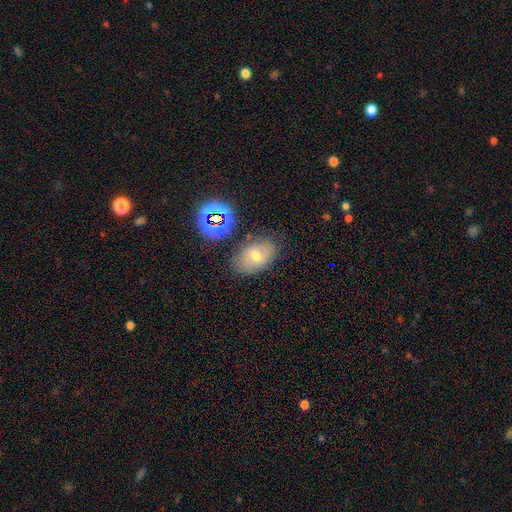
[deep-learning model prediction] A smooth galaxy with no disk features (50%). Merging: none (78%).